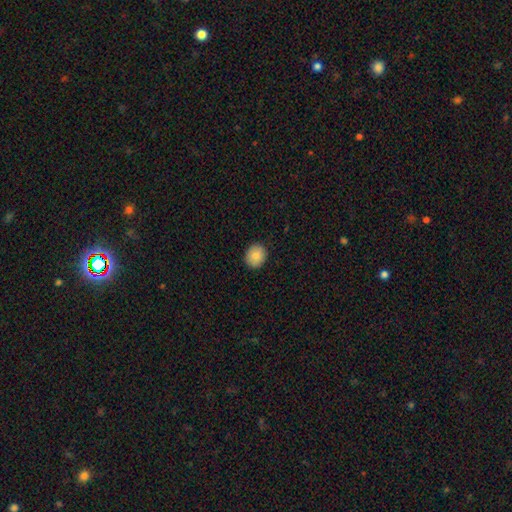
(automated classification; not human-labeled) This appears to be a smooth galaxy with no disk features (85%) that is round (69%). Merging: none (90%).